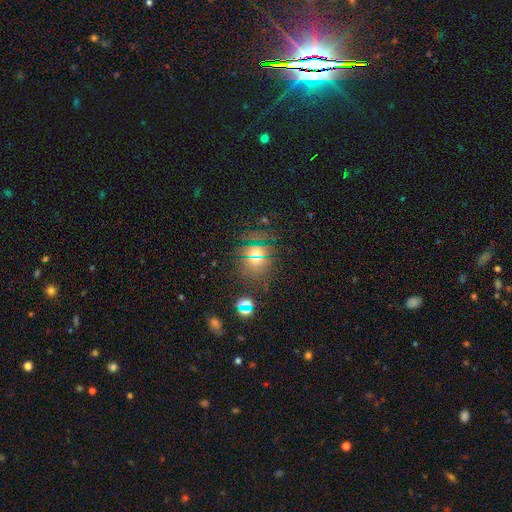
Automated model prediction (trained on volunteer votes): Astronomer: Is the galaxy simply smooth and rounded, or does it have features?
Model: smooth — 48% (runner-up: star or artifact, 41%).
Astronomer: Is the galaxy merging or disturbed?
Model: none — 78%.